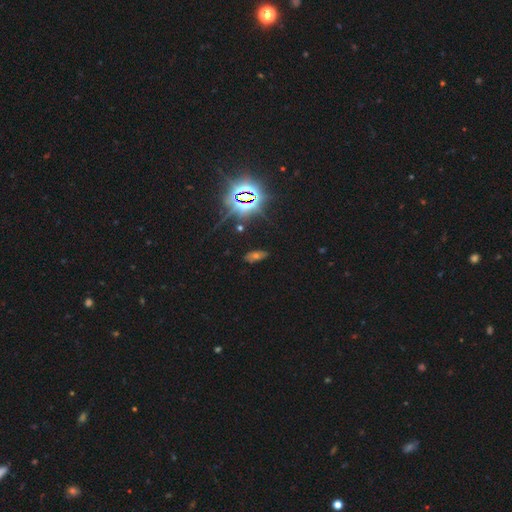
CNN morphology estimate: smooth_or_featured: star or artifact (p=0.54) [alt: smooth p=0.26]